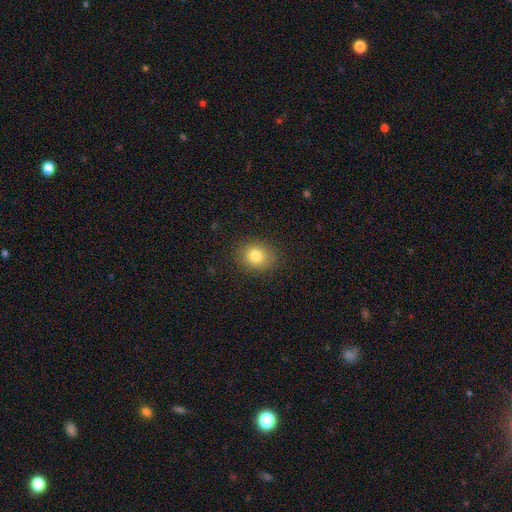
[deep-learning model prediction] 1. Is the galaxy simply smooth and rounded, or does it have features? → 81% smooth, 11% star or artifact, 8% featured or disk.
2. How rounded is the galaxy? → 63% round, 36% in between, 1% cigar-shaped.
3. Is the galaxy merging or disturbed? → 87% none, 9% minor disturbance, 3% major disturbance, 1% merger.